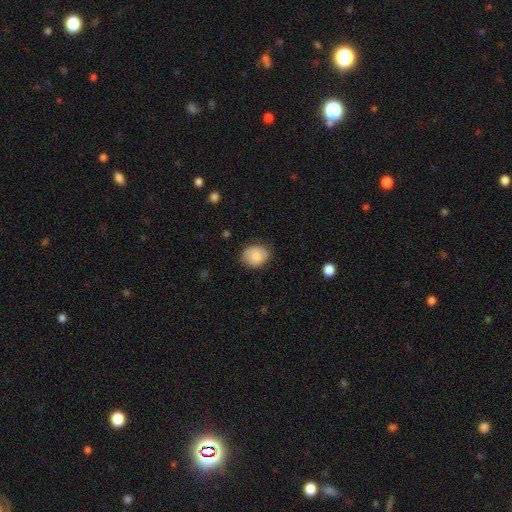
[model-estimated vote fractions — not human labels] smooth_or_featured: smooth (p=0.83) [alt: featured or disk p=0.10]
how_rounded: round (p=0.53) [alt: in between p=0.46]
merging: none (p=0.79) [alt: minor disturbance p=0.17]